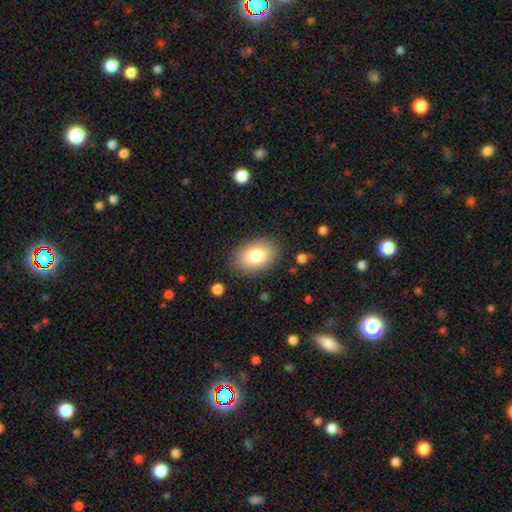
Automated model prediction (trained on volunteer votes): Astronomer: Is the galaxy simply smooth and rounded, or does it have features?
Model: smooth — 82%.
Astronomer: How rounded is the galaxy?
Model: in between — 83%.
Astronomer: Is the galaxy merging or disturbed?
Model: none — 85%.